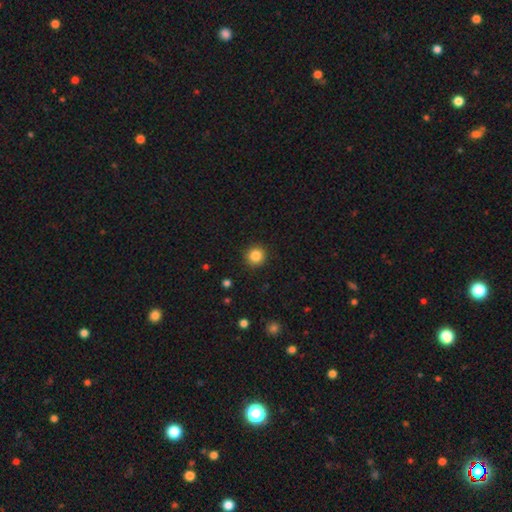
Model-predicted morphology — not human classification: type=smooth (85%); roundness=round (95%); merging=none (92%).